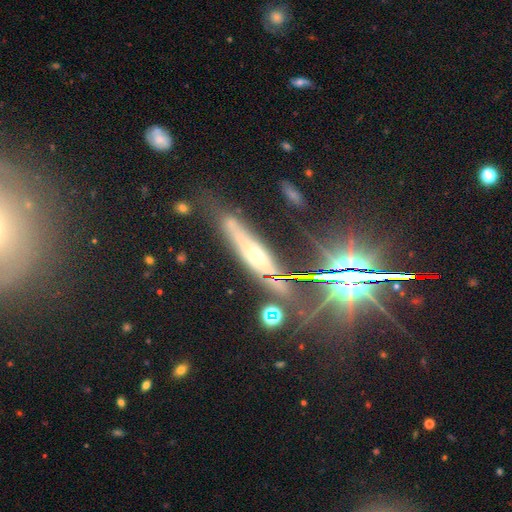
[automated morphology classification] A featured or disk galaxy (46%). Merging: none (66%).